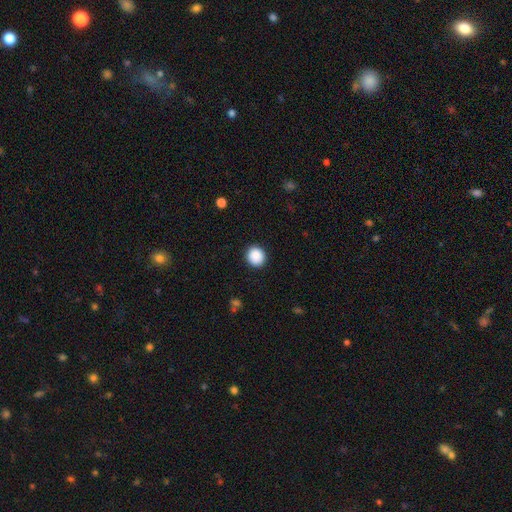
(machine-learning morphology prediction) Q: Smooth or featured?
A: smooth (89%); runner-up: star or artifact (8%)
Q: How rounded?
A: round (89%); runner-up: in between (10%)
Q: Merging?
A: none (91%); runner-up: minor disturbance (6%)